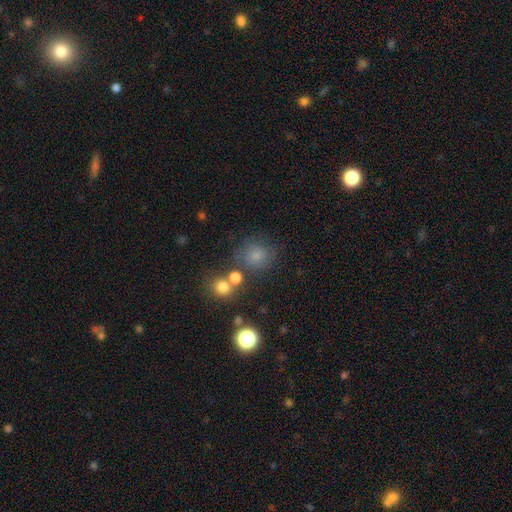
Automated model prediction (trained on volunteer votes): smooth_or_featured: smooth (p=0.75) [alt: star or artifact p=0.17]
how_rounded: round (p=0.86) [alt: in between p=0.13]
merging: none (p=0.71) [alt: minor disturbance p=0.13]